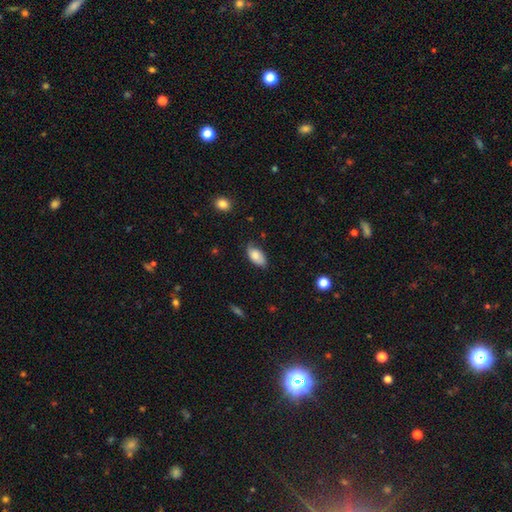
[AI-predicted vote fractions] This appears to be a smooth galaxy with no disk features (83%) that is in between round and cigar-shaped (94%). Merging: none (69%).